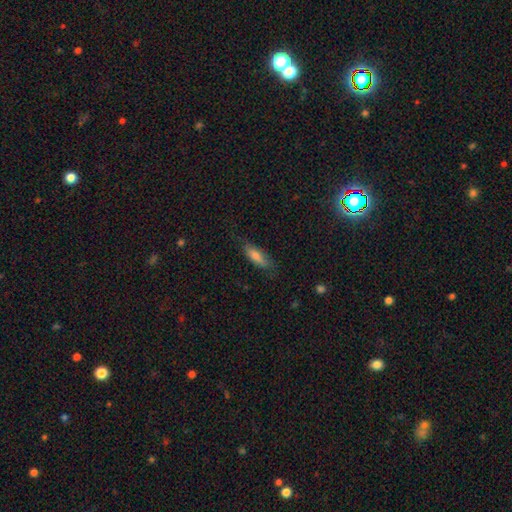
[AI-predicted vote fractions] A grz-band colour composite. It shows a smooth galaxy with no disk features (71%) that is cigar-shaped (54%). Merging: none (75%).